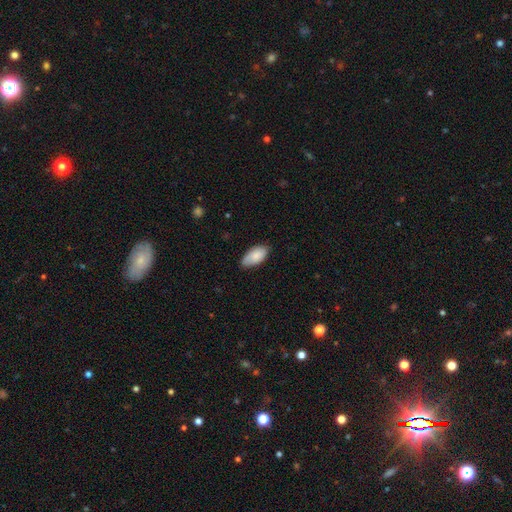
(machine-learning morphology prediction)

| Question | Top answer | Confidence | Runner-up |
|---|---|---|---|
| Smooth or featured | smooth | 82% | featured or disk (12%) |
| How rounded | in between | 94% | cigar-shaped (3%) |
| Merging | none | 78% | minor disturbance (19%) |